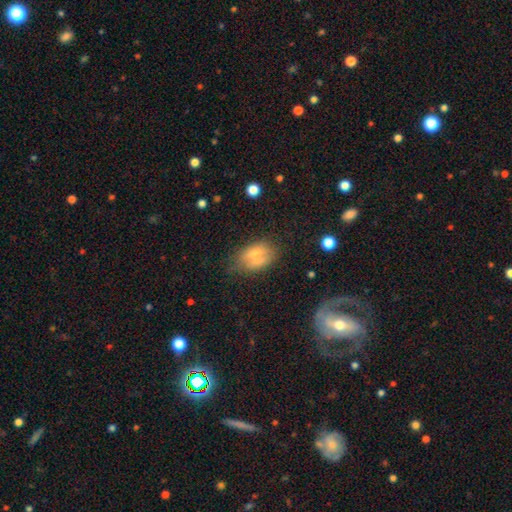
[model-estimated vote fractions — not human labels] Q: Smooth or featured?
A: smooth (68%); runner-up: featured or disk (20%)
Q: How rounded?
A: in between (85%); runner-up: round (13%)
Q: Merging?
A: none (64%); runner-up: minor disturbance (25%)